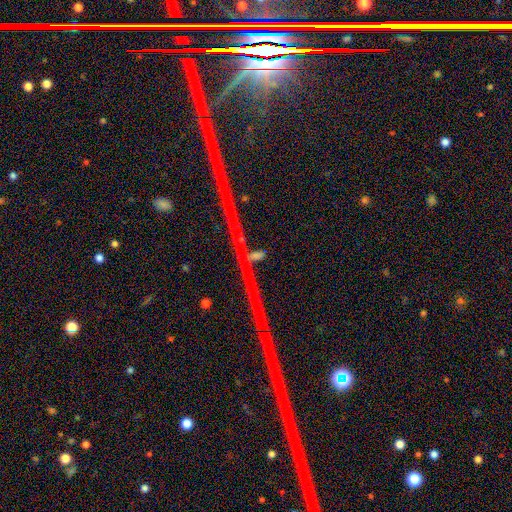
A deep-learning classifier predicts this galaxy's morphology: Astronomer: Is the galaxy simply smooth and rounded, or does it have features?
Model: star or artifact — 69%.